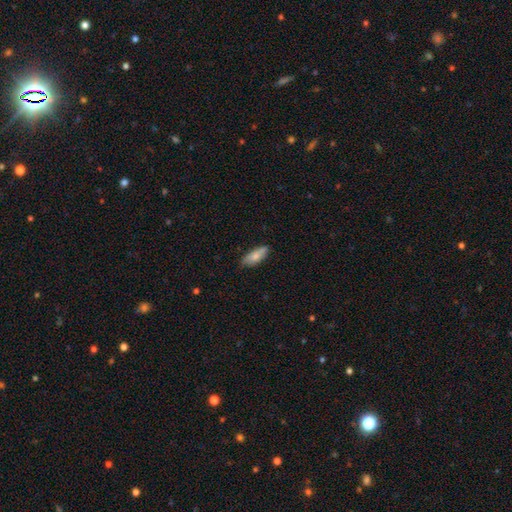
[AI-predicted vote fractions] Overall: smooth (77%). How rounded: in between (69%). Merging: none (75%).